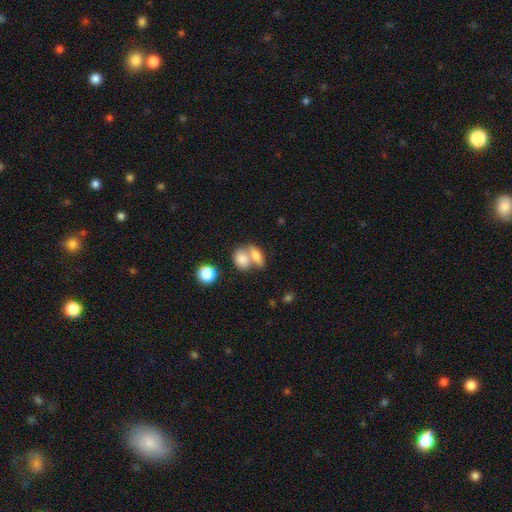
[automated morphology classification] smooth 78%, featured or disk 14%, star or artifact 8%. Down the decision tree: how rounded — in between (74%); merging — merger (59%).